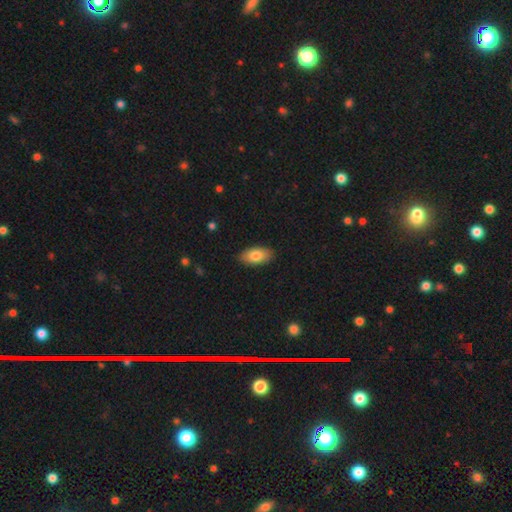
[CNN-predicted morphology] Smooth or featured? smooth (80%)
How rounded? in between (93%)
Merging? none (88%)